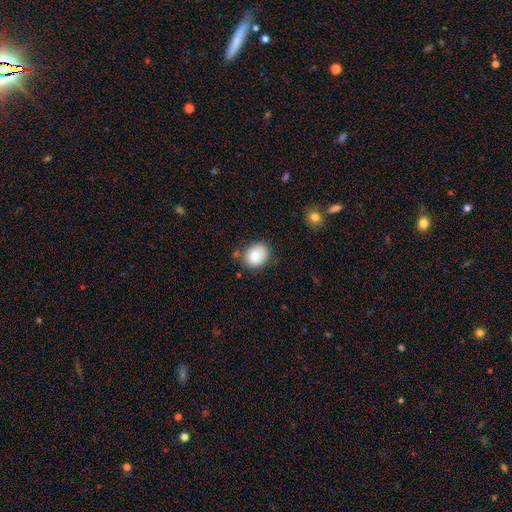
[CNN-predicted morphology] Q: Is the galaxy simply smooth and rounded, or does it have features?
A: smooth — 84%.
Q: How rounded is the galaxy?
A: round — 58%.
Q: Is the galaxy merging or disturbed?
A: none — 70%.